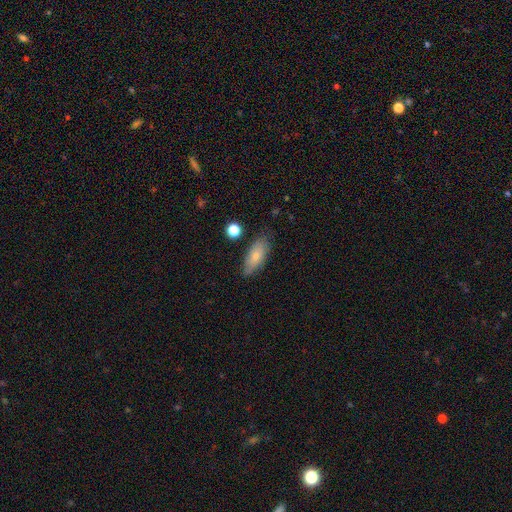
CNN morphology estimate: A smooth galaxy with no disk features (75%) that is in between round and cigar-shaped (78%).

Vote fractions:
- Smooth or featured? smooth: 75% / featured or disk: 19% / star or artifact: 7%
- How rounded? in between: 78% / cigar-shaped: 19% / round: 3%
- Merging? none: 73% / minor disturbance: 20% / major disturbance: 4% / merger: 3%